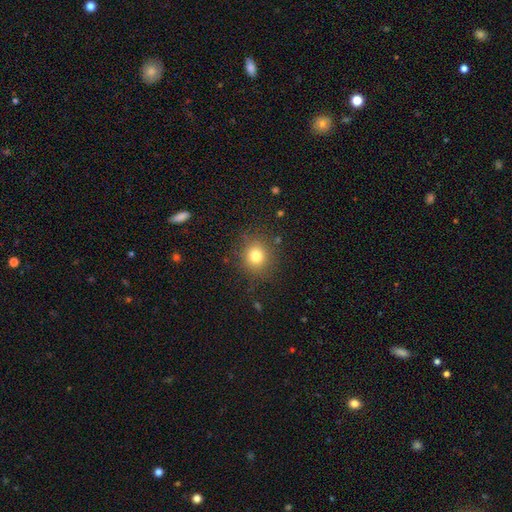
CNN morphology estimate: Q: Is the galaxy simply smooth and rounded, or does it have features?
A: smooth — 79%.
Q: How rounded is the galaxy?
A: round — 88%.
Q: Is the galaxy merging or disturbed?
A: none — 87%.